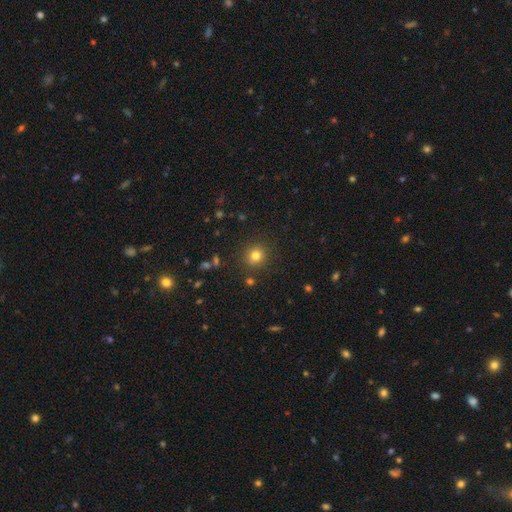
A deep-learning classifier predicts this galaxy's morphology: A smooth galaxy with no disk features (78%) that is round (89%). Merging: none (87%).